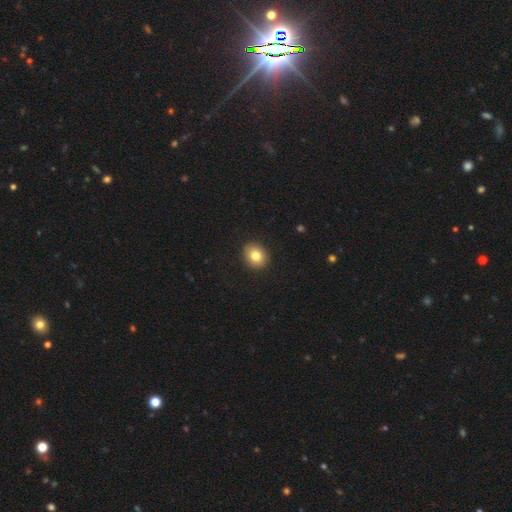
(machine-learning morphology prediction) Smooth or featured? smooth (81%)
How rounded? round (64%)
Merging? none (91%)